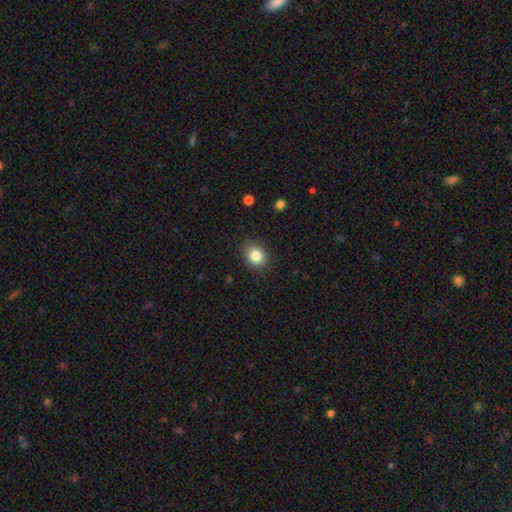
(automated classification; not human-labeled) Morphology: type=smooth (83%); roundness=round (50%); merging=none (85%).